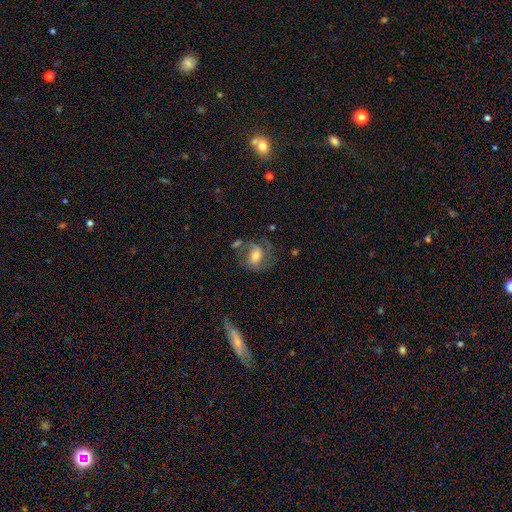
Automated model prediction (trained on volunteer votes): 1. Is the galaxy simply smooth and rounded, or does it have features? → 61% featured or disk, 30% smooth, 9% star or artifact.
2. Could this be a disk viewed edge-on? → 97% no, 3% yes.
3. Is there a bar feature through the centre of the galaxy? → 47% no, 39% weak, 14% strong.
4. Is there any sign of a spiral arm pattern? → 84% yes, 16% no.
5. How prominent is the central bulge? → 59% moderate, 26% small, 11% large, 3% none, 2% dominant.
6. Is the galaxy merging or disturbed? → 47% none, 22% major disturbance, 21% minor disturbance, 10% merger.